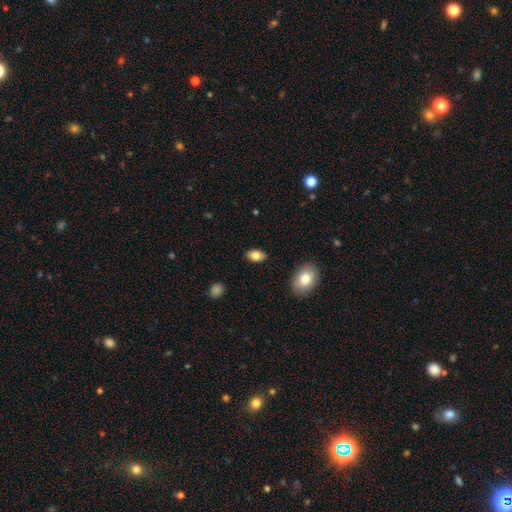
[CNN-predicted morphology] This appears to be a smooth galaxy with no disk features (81%) that is in between round and cigar-shaped (91%). Merging: none (87%).